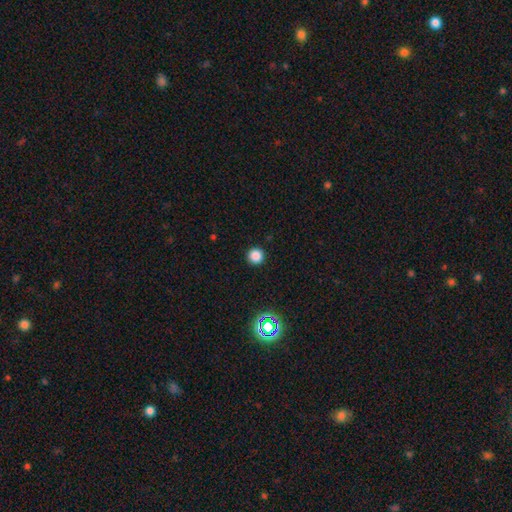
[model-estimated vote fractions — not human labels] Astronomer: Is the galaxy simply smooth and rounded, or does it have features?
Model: smooth — 83%.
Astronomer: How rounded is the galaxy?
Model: round — 96%.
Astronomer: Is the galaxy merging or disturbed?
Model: none — 93%.